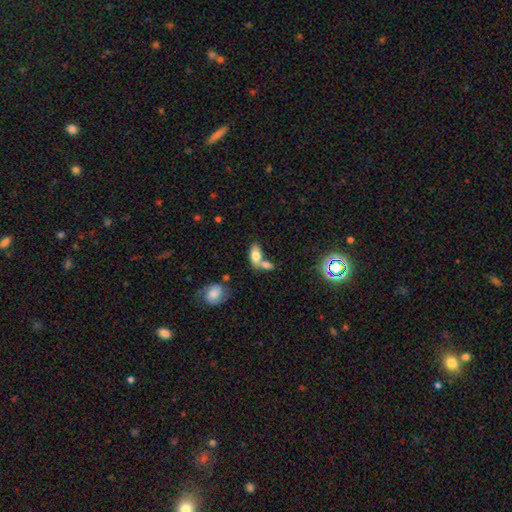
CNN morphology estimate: This is likely a smooth galaxy (75%). How rounded: clearly in between (89%). Merging: marginally merger (43%).